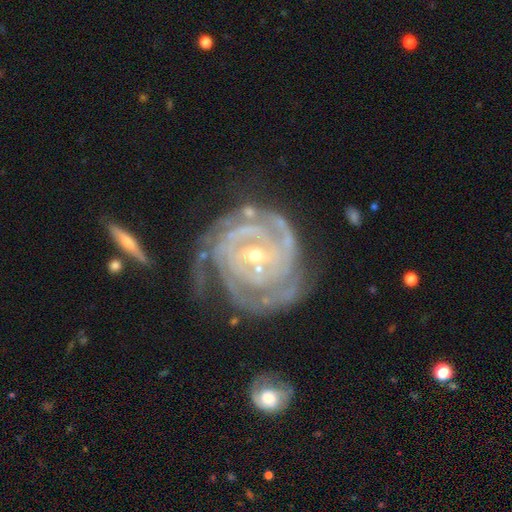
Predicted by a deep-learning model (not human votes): This is clearly a featured or disk galaxy (90%). It is clearly not viewed edge-on (98%). Bar: marginally no (42%). Spiral arm pattern: clearly yes (97%). Spiral arm count: marginally 2 (29%). Spiral winding: likely tight (78%). Central bulge: likely small (69%). Merging: possibly none (56%).